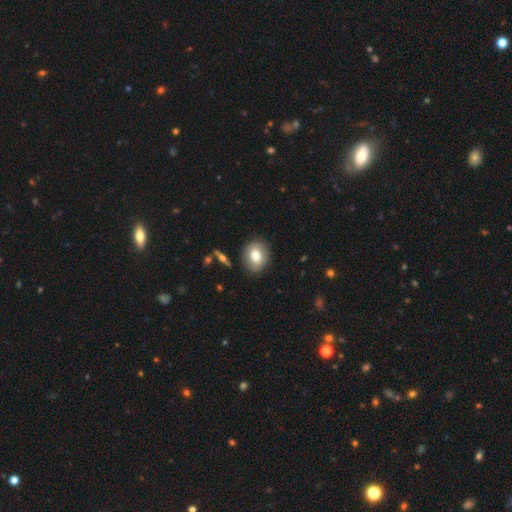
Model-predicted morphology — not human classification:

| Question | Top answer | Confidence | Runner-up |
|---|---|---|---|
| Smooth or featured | smooth | 72% | featured or disk (20%) |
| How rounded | round | 65% | in between (34%) |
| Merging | none | 87% | minor disturbance (9%) |